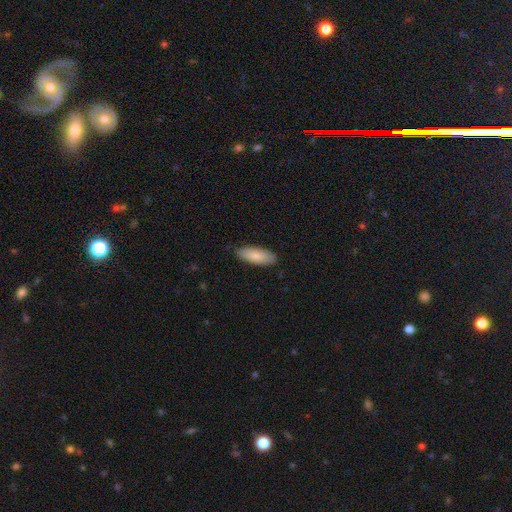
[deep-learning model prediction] smooth-or-featured: smooth: 86% | featured or disk: 9% | star or artifact: 5%
  how-rounded: in between: 73% | cigar-shaped: 25% | round: 2%
  merging: none: 87% | minor disturbance: 10% | major disturbance: 2% | merger: 1%